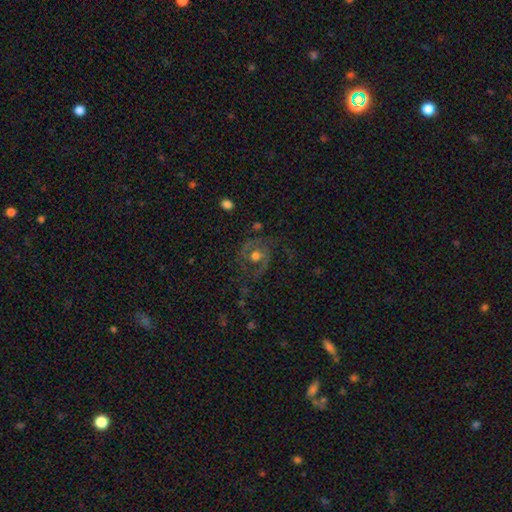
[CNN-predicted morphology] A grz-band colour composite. It shows a featured or disk galaxy (66%) with no bar (71%), spiral arms (76%) and a moderate central bulge (71%). Merging: none (57%).